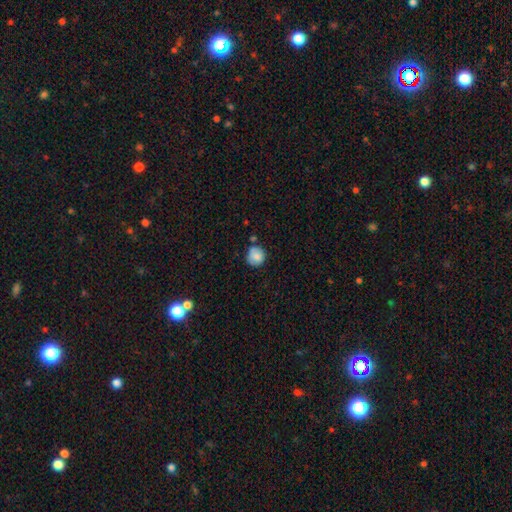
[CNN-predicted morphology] This is clearly a smooth galaxy (80%). How rounded: clearly round (88%). Merging: likely none (67%).